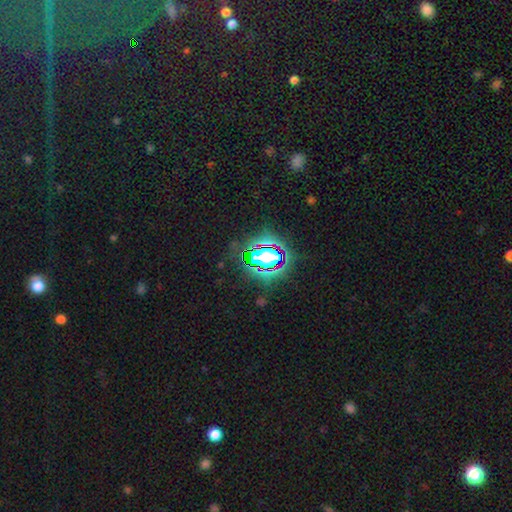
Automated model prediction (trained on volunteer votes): Smooth or featured? Predicted: star or artifact (p=0.77).